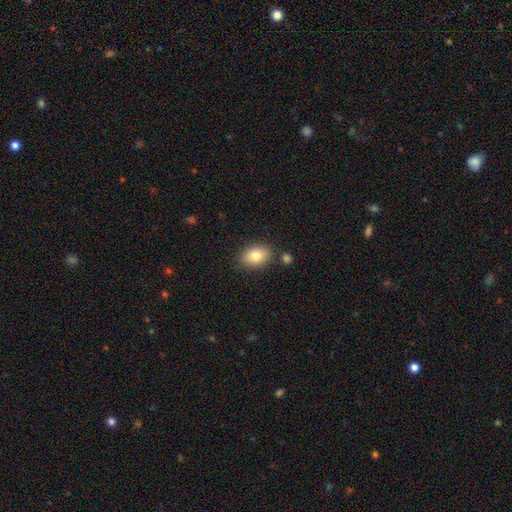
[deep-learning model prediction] Q: Smooth or featured?
A: smooth (82%); runner-up: featured or disk (10%)
Q: How rounded?
A: in between (74%); runner-up: round (25%)
Q: Merging?
A: none (81%); runner-up: minor disturbance (11%)